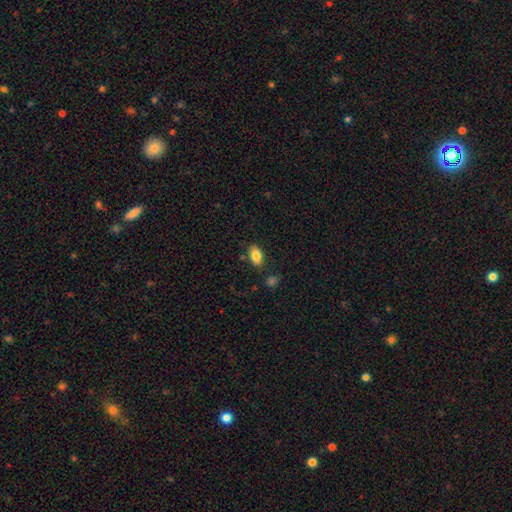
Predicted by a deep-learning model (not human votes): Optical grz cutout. It shows a smooth galaxy with no disk features (84%) that is in between round and cigar-shaped (92%). Merging: none (82%).